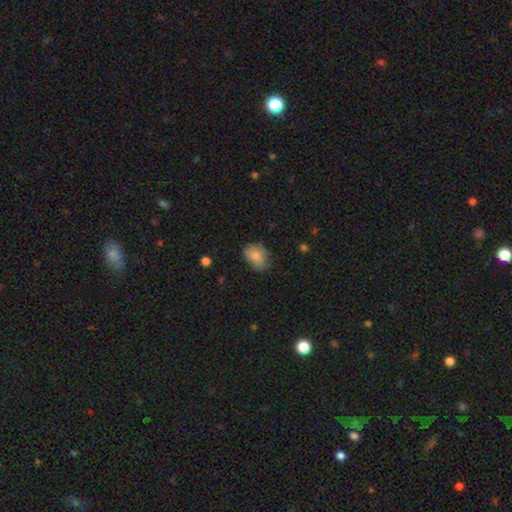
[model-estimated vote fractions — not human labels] smooth_or_featured: smooth (p=0.82) [alt: featured or disk p=0.10]
how_rounded: in between (p=0.71) [alt: round p=0.28]
merging: none (p=0.64) [alt: minor disturbance p=0.28]